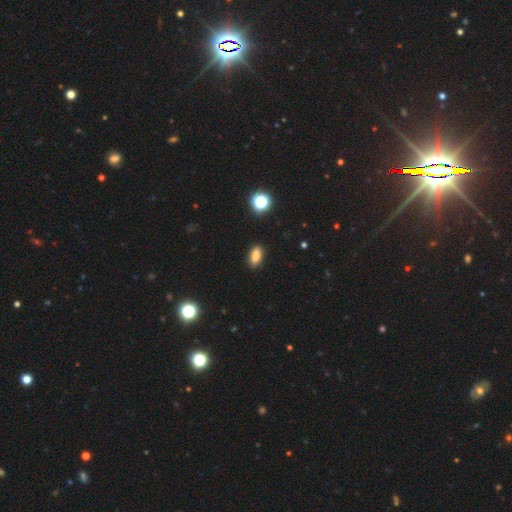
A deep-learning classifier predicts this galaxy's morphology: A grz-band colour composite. It shows a smooth galaxy with no disk features (83%) that is in between round and cigar-shaped (86%). Merging: none (88%).